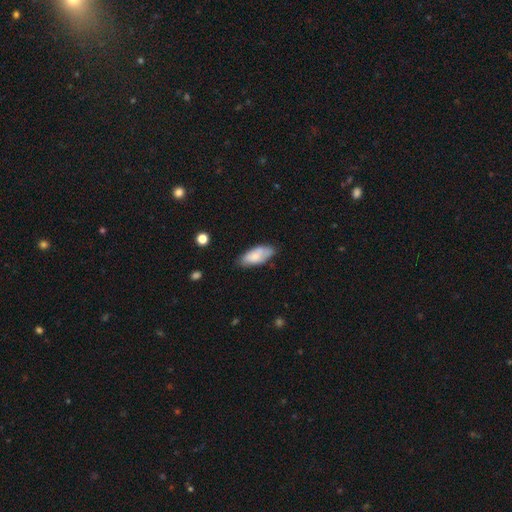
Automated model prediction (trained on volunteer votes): Overall: smooth (76%). How rounded: in between (86%). Merging: none (68%).